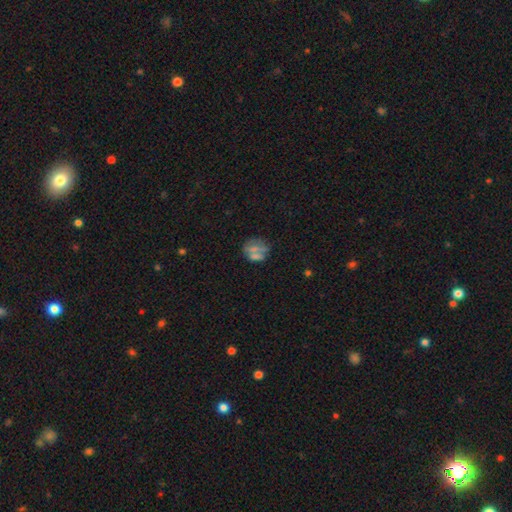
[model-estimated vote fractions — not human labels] A smooth galaxy with no disk features (51%) that is round (65%). Merging: none (53%).